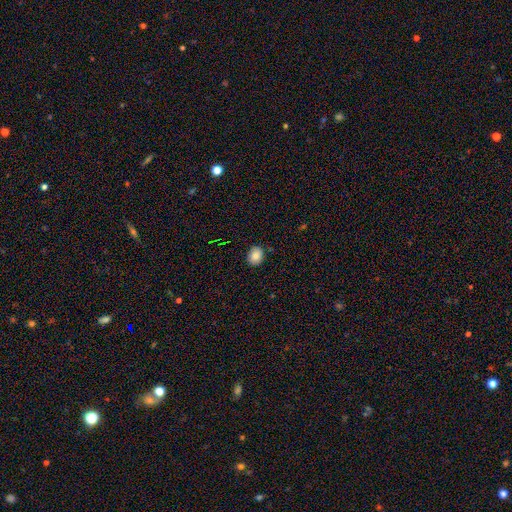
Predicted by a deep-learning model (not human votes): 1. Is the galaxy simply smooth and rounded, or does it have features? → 83% smooth, 9% star or artifact, 7% featured or disk.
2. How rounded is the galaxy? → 55% round, 44% in between, 1% cigar-shaped.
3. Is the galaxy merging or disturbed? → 87% none, 9% minor disturbance, 2% major disturbance, 1% merger.